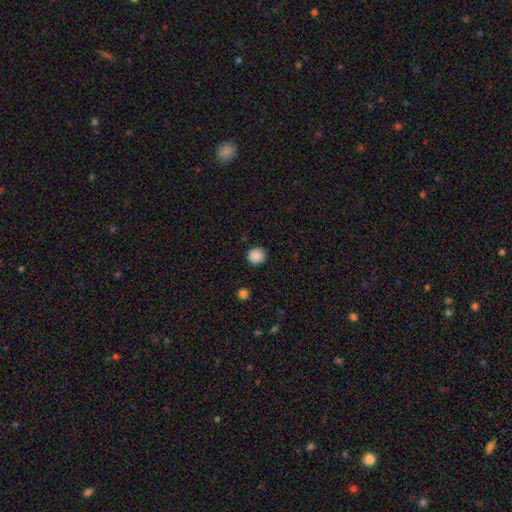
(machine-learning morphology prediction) smooth_or_featured: smooth (p=0.88) [alt: star or artifact p=0.09]
how_rounded: round (p=0.91) [alt: in between p=0.08]
merging: none (p=0.91) [alt: minor disturbance p=0.06]